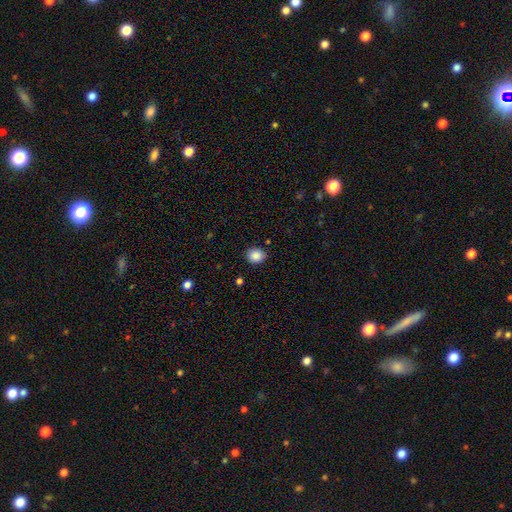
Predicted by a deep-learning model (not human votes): Smooth or featured? smooth (87%)
How rounded? round (72%)
Merging? none (86%)